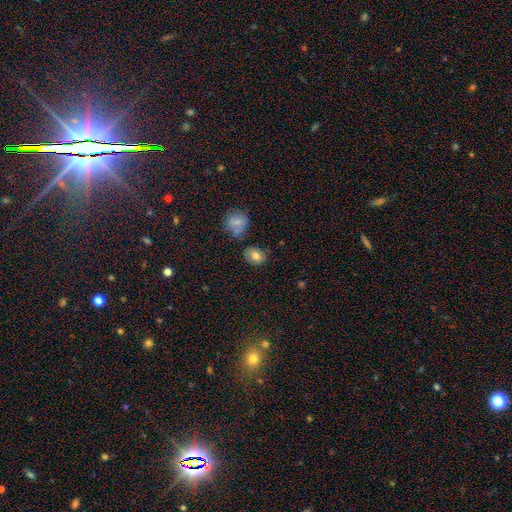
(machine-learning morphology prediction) smooth 78%, featured or disk 12%, star or artifact 10%. Down the decision tree: how rounded — in between (58%); merging — none (72%).